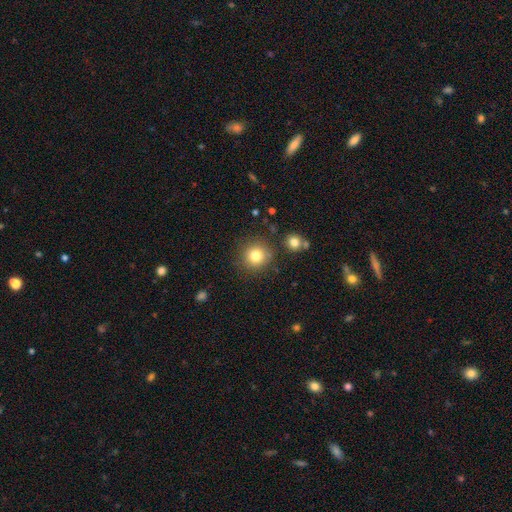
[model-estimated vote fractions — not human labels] A smooth galaxy with no disk features (80%) that is round (93%).

Vote fractions:
- Smooth or featured? smooth: 80% / star or artifact: 12% / featured or disk: 8%
- How rounded? round: 93% / in between: 6% / cigar-shaped: 1%
- Merging? none: 84% / minor disturbance: 8% / merger: 4% / major disturbance: 3%